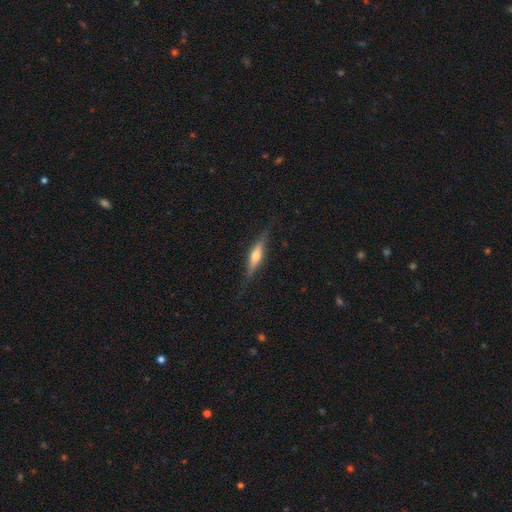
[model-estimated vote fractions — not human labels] featured or disk 60%, smooth 34%, star or artifact 6%. Down the decision tree: edge-on disk — yes (95%); edge-on bulge — rounded (88%); merging — none (83%).